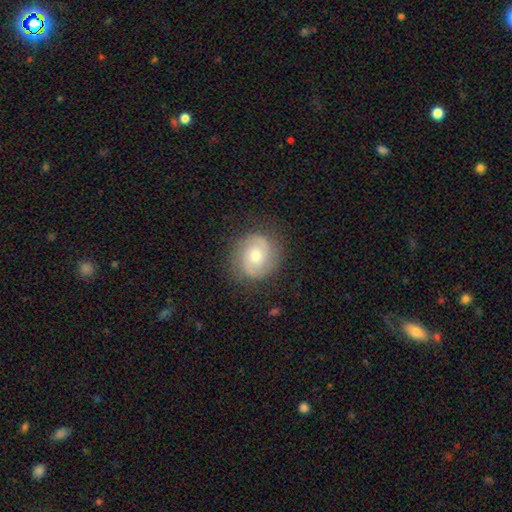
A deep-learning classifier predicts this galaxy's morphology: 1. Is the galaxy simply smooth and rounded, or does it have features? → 64% featured or disk, 29% smooth, 8% star or artifact.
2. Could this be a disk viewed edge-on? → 97% no, 3% yes.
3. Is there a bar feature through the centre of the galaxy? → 67% no, 27% weak, 6% strong.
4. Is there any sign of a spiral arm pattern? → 89% yes, 11% no.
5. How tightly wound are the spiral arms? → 43% medium, 42% tight, 15% loose.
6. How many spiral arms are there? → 81% 2, 10% can't tell, 4% 3, 2% 1, 1% 4, 1% more than 4.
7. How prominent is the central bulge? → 61% moderate, 34% small, 3% large, 1% none, 1% dominant.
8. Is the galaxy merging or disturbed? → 82% none, 12% minor disturbance, 4% major disturbance, 1% merger.